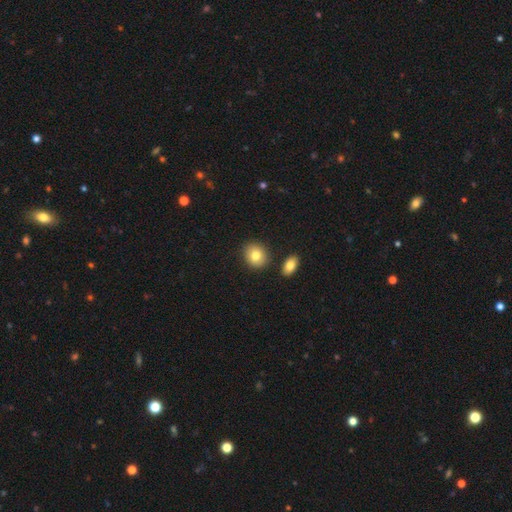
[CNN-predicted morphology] Smooth or featured? smooth (81%)
How rounded? round (66%)
Merging? none (83%)